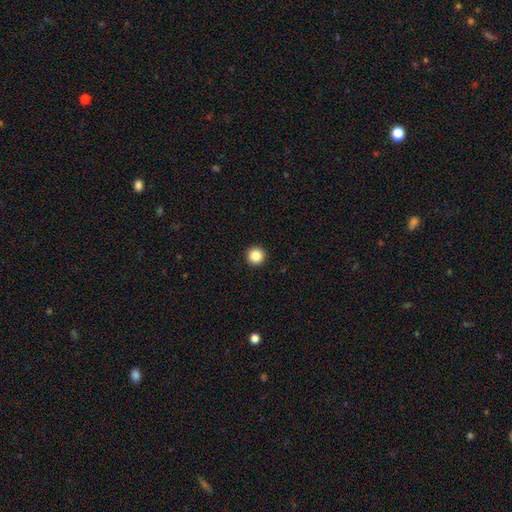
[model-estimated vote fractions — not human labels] Overall: smooth (85%). How rounded: round (97%). Merging: none (94%).